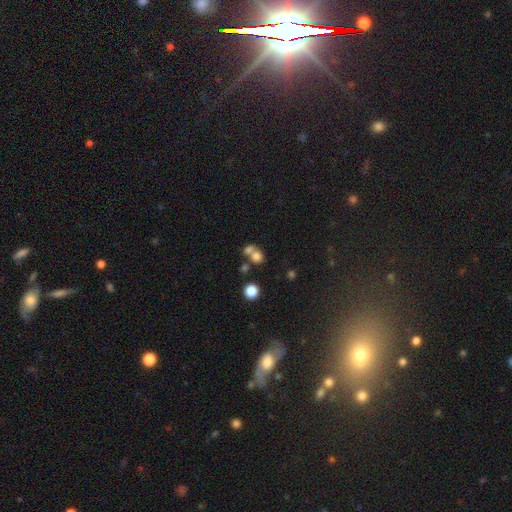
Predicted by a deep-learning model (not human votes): Q: Smooth or featured?
A: smooth (74%); runner-up: star or artifact (14%)
Q: How rounded?
A: round (74%); runner-up: in between (24%)
Q: Merging?
A: merger (51%); runner-up: none (37%)